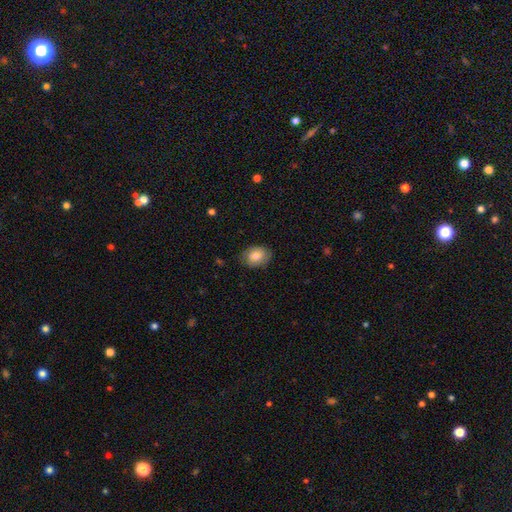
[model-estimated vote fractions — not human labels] Q: Smooth or featured?
A: smooth (74%); runner-up: featured or disk (18%)
Q: How rounded?
A: in between (64%); runner-up: round (35%)
Q: Merging?
A: none (78%); runner-up: minor disturbance (17%)